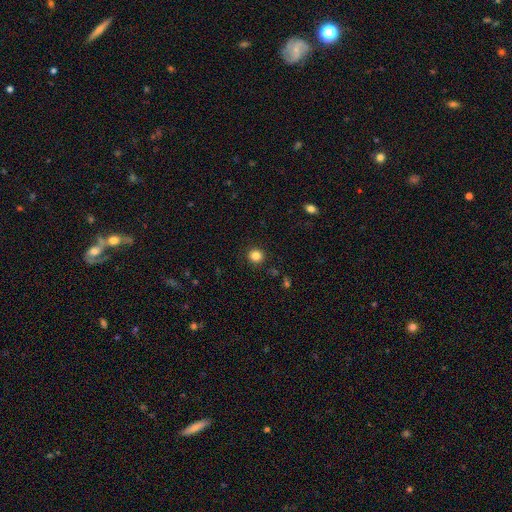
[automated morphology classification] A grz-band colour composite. It shows a smooth galaxy with no disk features (84%) that is round (93%). Merging: none (92%).